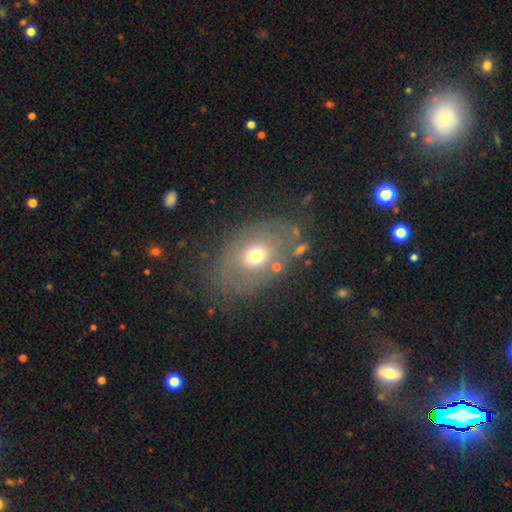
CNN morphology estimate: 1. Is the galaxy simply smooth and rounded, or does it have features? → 54% smooth, 32% featured or disk, 14% star or artifact.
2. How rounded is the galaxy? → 67% in between, 31% round, 1% cigar-shaped.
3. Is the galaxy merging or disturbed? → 66% none, 17% minor disturbance, 12% major disturbance, 5% merger.